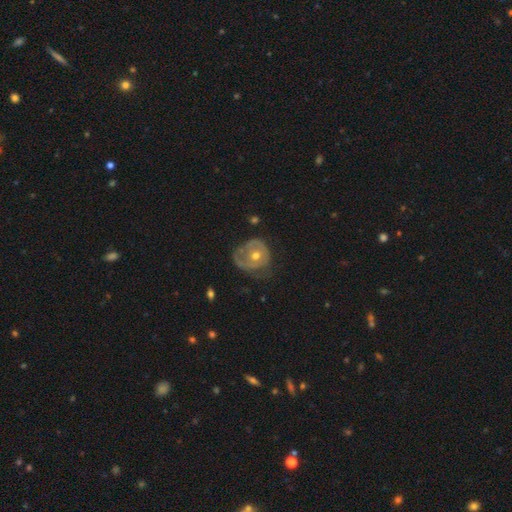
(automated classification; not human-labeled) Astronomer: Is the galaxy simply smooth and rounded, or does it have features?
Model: featured or disk — 61%.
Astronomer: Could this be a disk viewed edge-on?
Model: no — 96%.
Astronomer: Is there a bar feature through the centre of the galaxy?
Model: no — 84%.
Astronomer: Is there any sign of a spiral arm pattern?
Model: no — 50%, tied with yes at 50%.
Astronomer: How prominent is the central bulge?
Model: moderate — 69%.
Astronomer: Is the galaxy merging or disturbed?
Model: none — 45% (runner-up: minor disturbance, 30%).